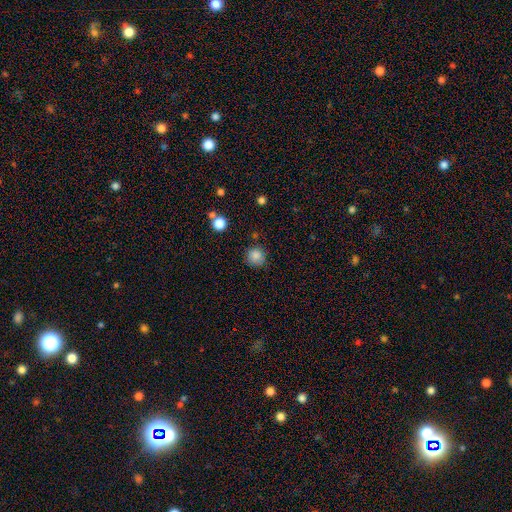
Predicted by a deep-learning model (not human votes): smooth-or-featured: smooth: 84% | star or artifact: 11% | featured or disk: 4%
  how-rounded: round: 92% | in between: 7% | cigar-shaped: 1%
  merging: none: 81% | minor disturbance: 13% | major disturbance: 3% | merger: 3%